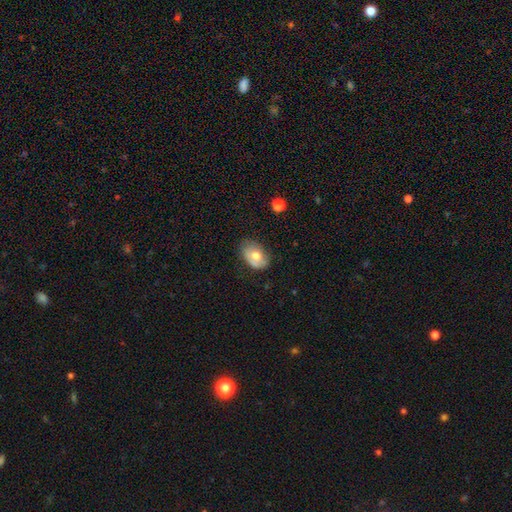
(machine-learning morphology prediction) Overall: smooth (65%; featured or disk 27%). How rounded: in between (83%). Merging: none (65%; minor disturbance 27%).